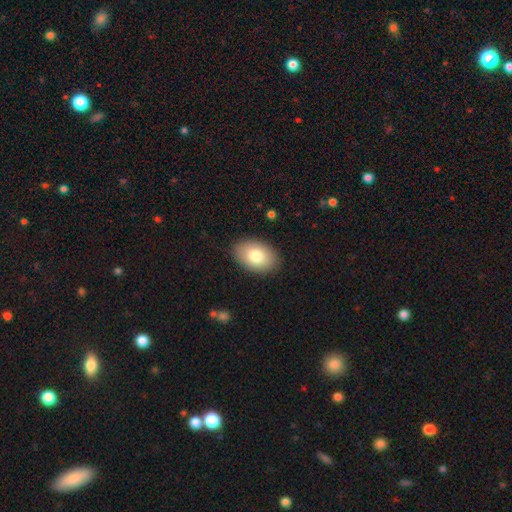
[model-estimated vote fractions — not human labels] Smooth or featured? smooth (82%)
How rounded? in between (90%)
Merging? none (88%)